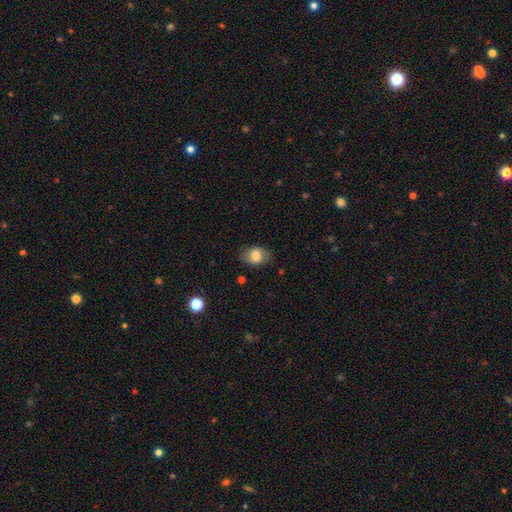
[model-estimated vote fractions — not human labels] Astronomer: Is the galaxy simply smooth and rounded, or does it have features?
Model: smooth — 74%.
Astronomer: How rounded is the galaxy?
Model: in between — 82%.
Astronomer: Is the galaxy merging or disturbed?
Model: none — 77%.